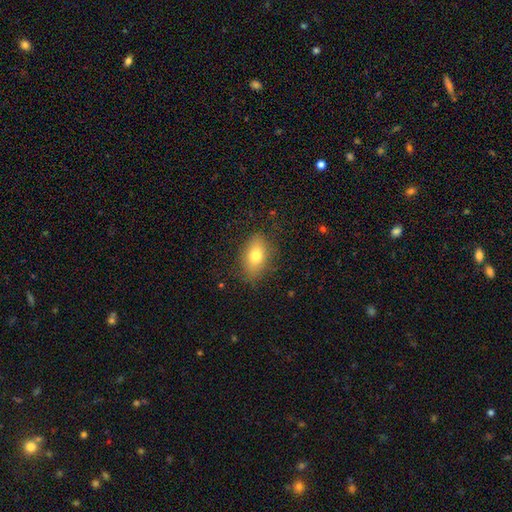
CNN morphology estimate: type=smooth (74%); roundness=in between (86%); merging=none (80%).